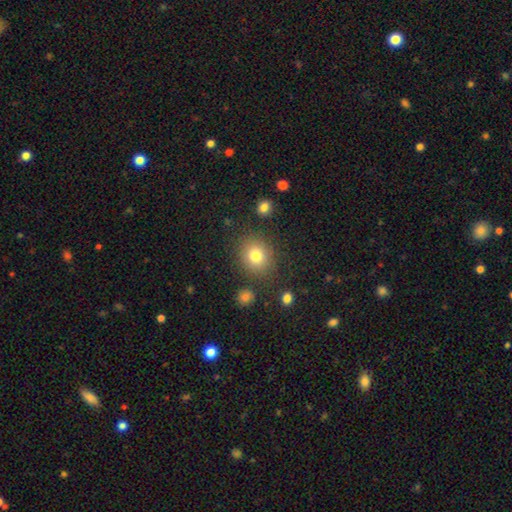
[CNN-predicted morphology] type=smooth (80%); roundness=round (73%); merging=none (82%).